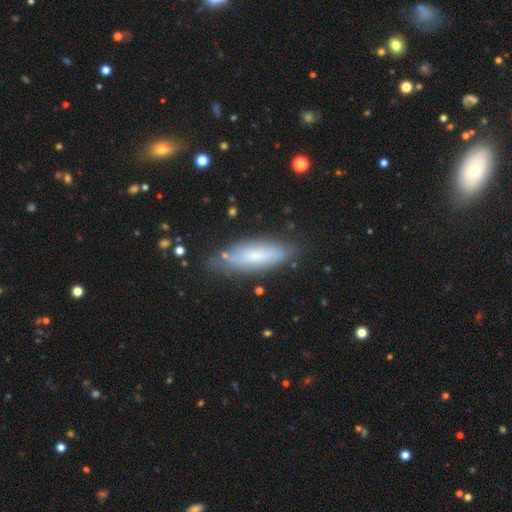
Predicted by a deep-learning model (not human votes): A smooth galaxy with no disk features (58%) that is in between round and cigar-shaped (55%). Merging: none (72%).